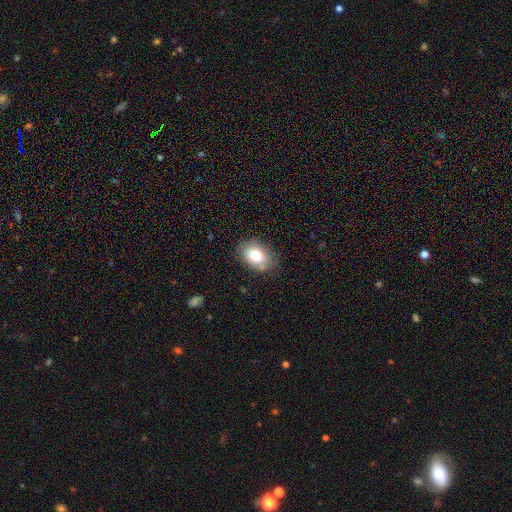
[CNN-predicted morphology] Smooth or featured? Predicted: smooth (p=0.79). How rounded? Predicted: in between (p=0.83). Merging? Predicted: none (p=0.78).